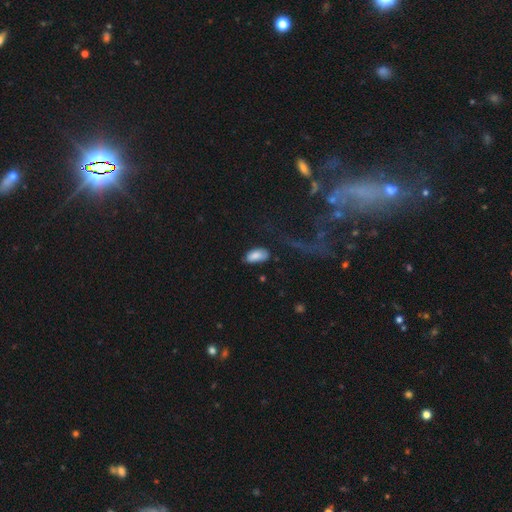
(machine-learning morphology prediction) smooth_or_featured: smooth (p=0.84) [alt: featured or disk p=0.09]
how_rounded: in between (p=0.94) [alt: cigar-shaped p=0.03]
merging: none (p=0.56) [alt: minor disturbance p=0.26]